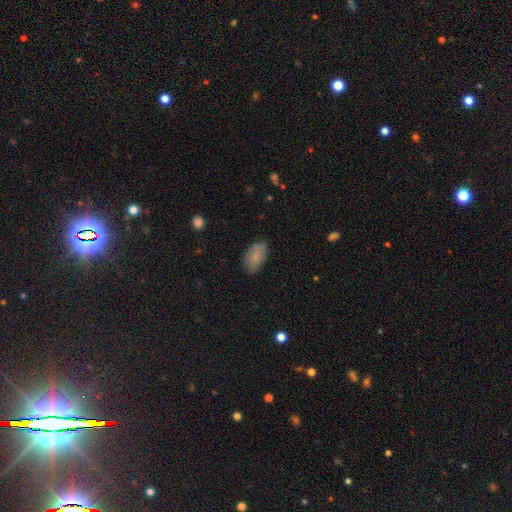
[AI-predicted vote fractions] Smooth or featured? smooth (80%)
How rounded? in between (93%)
Merging? none (79%)